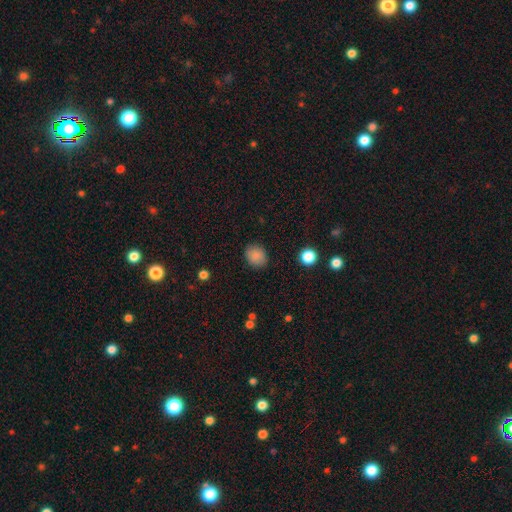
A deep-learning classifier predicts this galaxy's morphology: Smooth or featured? Predicted: smooth (p=0.86). How rounded? Predicted: round (p=0.59). Merging? Predicted: none (p=0.87).